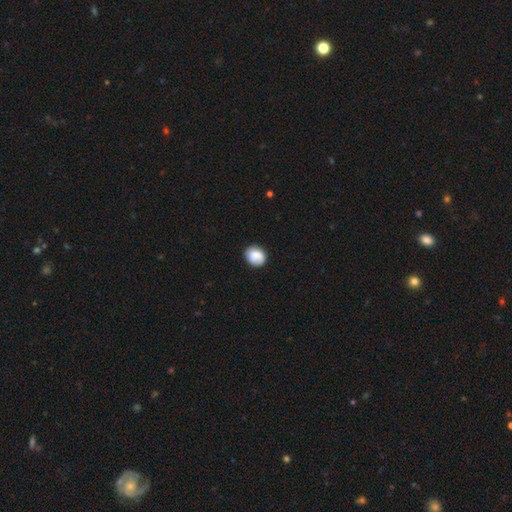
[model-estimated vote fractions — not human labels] Smooth or featured: smooth — 82% (featured or disk — 11%)
How rounded: round — 66% (in between — 33%)
Merging: none — 81% (minor disturbance — 15%)